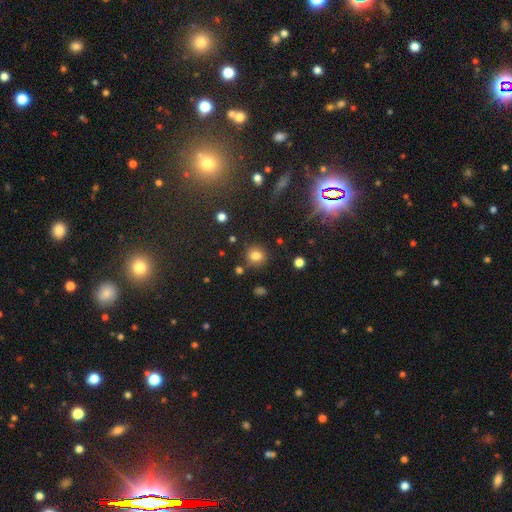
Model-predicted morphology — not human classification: Q: Smooth or featured?
A: smooth (78%); runner-up: star or artifact (15%)
Q: How rounded?
A: round (83%); runner-up: in between (16%)
Q: Merging?
A: none (82%); runner-up: minor disturbance (10%)